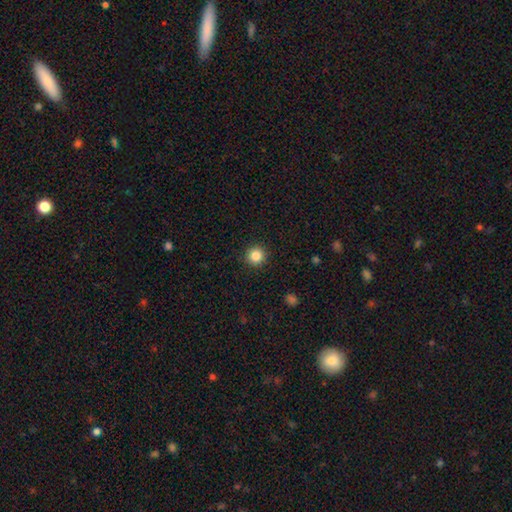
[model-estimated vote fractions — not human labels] Smooth or featured? smooth (85%)
How rounded? round (95%)
Merging? none (92%)